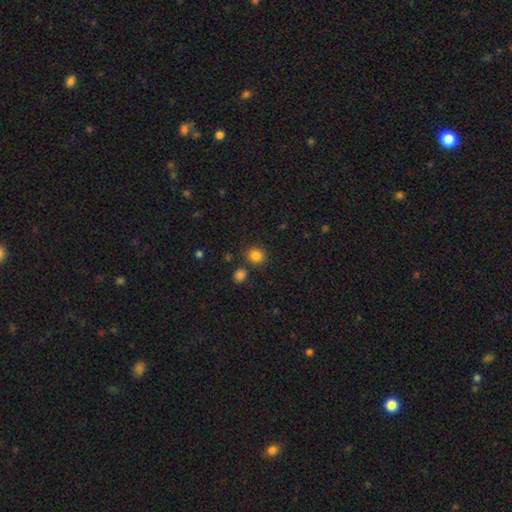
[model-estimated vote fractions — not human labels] A smooth galaxy with no disk features (84%) that is round (87%).

Vote fractions:
- Smooth or featured? smooth: 84% / star or artifact: 12% / featured or disk: 5%
- How rounded? round: 87% / in between: 12% / cigar-shaped: 1%
- Merging? none: 82% / minor disturbance: 9% / merger: 7% / major disturbance: 3%